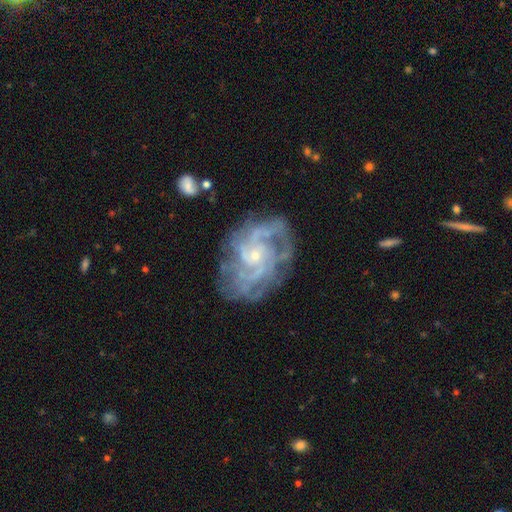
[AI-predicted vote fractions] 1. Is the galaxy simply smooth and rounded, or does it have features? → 82% featured or disk, 9% star or artifact, 9% smooth.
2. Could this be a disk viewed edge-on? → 97% no, 3% yes.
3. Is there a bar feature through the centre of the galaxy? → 62% no, 31% weak, 7% strong.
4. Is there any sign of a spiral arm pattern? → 92% yes, 8% no.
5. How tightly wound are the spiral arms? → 54% tight, 35% medium, 11% loose.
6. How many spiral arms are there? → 37% can't tell, 16% 2, 15% 3, 15% 4, 9% more than 4, 7% 1.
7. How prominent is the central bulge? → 73% small, 21% moderate, 4% none, 1% large, 1% dominant.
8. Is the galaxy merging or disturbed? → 73% none, 17% minor disturbance, 8% major disturbance, 2% merger.